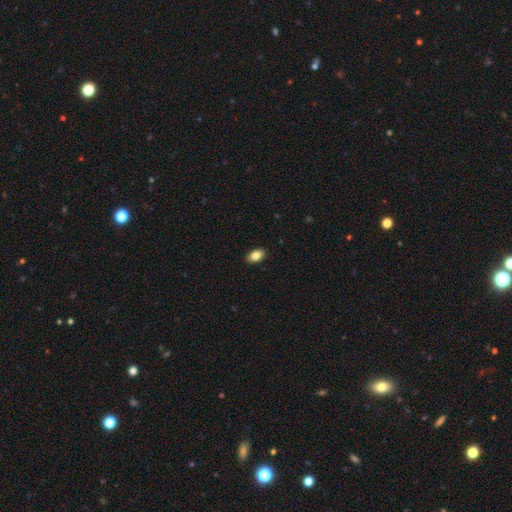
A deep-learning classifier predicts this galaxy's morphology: Smooth or featured: smooth — 84% (featured or disk — 8%)
How rounded: in between — 90% (round — 9%)
Merging: none — 89% (minor disturbance — 8%)